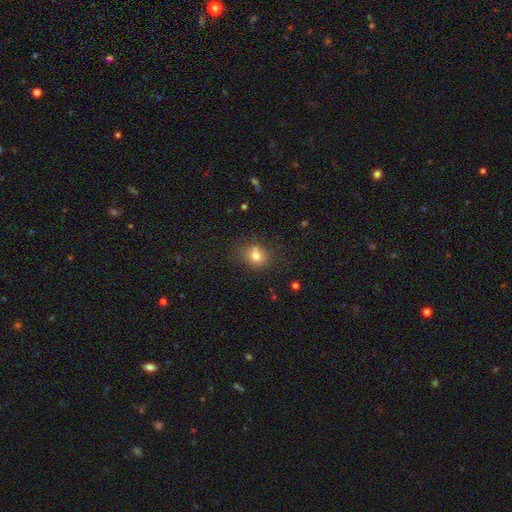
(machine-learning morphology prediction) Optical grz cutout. It shows a smooth galaxy with no disk features (75%) that is round (69%). Merging: none (67%).